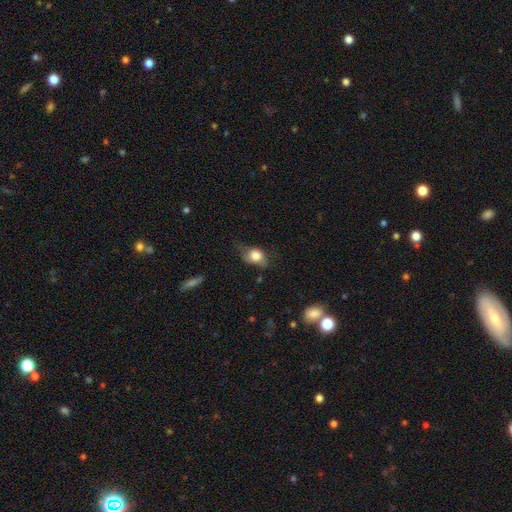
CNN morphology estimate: Smooth or featured?
  - smooth: 78% *
  - featured or disk: 14%
  - star or artifact: 8%
How rounded?
  - in between: 67% *
  - round: 31%
  - cigar-shaped: 2%
Merging?
  - none: 48% *
  - minor disturbance: 35%
  - major disturbance: 16%
  - merger: 2%